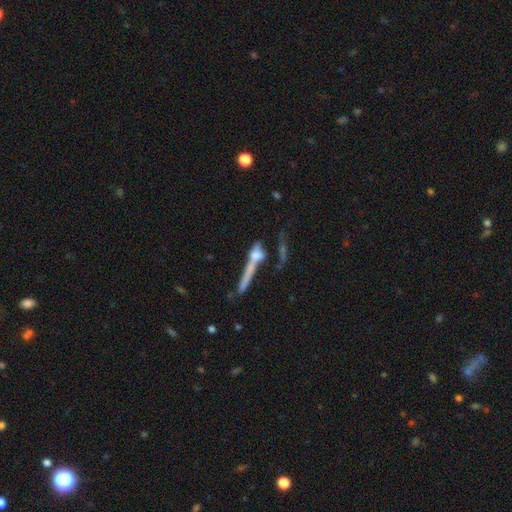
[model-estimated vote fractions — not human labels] Morphology: type=smooth (47%); merging=none (36%).